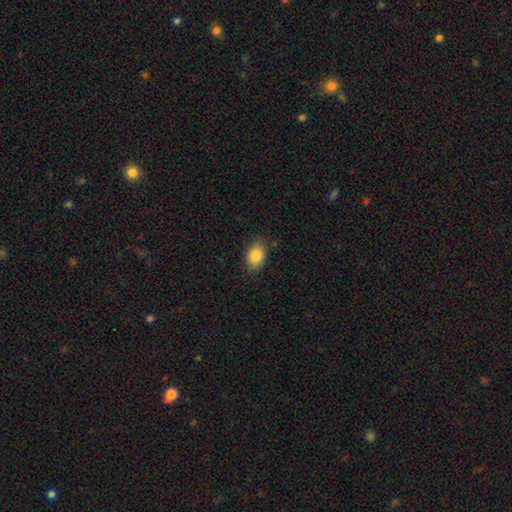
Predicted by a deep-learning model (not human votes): Smooth or featured? Predicted: smooth (p=0.84). How rounded? Predicted: in between (p=0.84). Merging? Predicted: none (p=0.82).